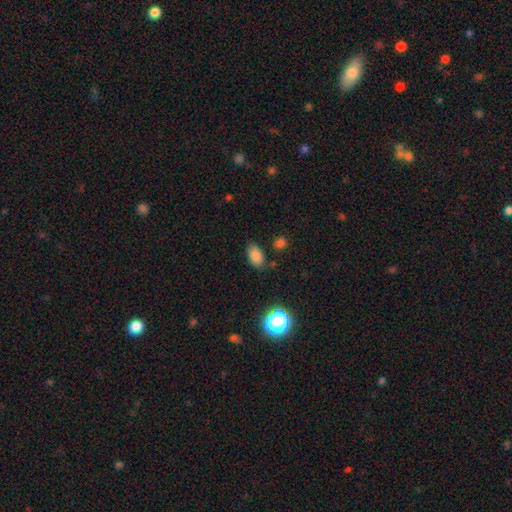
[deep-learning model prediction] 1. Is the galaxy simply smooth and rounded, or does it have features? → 82% smooth, 13% star or artifact, 5% featured or disk.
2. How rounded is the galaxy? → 88% in between, 10% round, 2% cigar-shaped.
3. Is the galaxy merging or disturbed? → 78% none, 15% minor disturbance, 4% major disturbance, 3% merger.